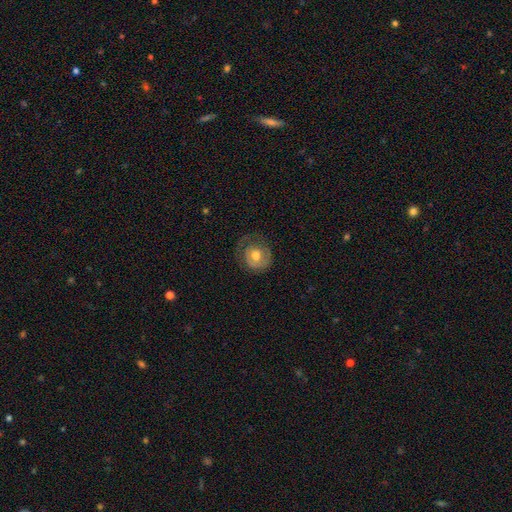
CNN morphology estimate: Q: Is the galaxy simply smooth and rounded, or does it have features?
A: smooth — 51%.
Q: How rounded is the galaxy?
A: round — 80%.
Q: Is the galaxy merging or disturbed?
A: none — 58%.